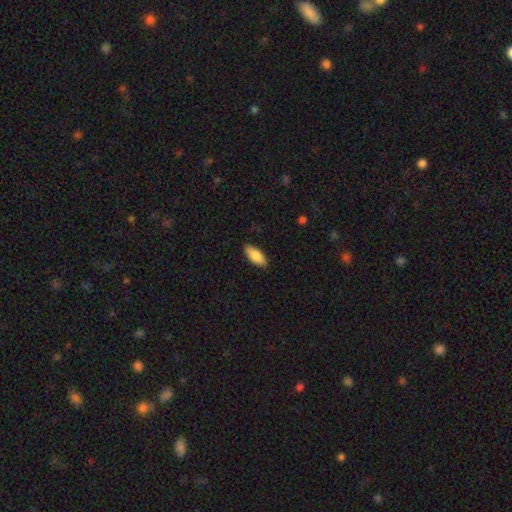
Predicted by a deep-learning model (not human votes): A smooth galaxy with no disk features (85%) that is in between round and cigar-shaped (84%). Merging: none (87%).